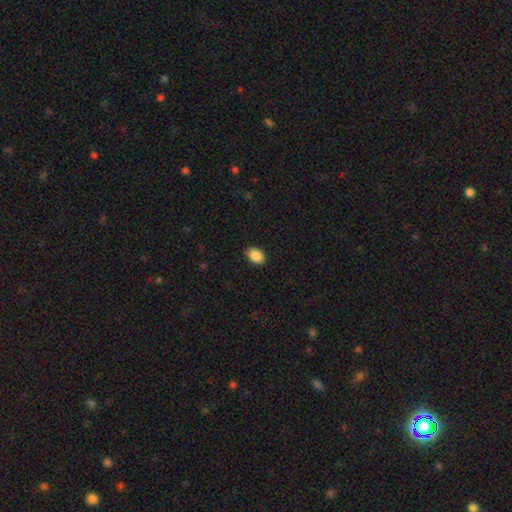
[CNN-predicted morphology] type=smooth (89%); roundness=in between (79%); merging=none (86%).